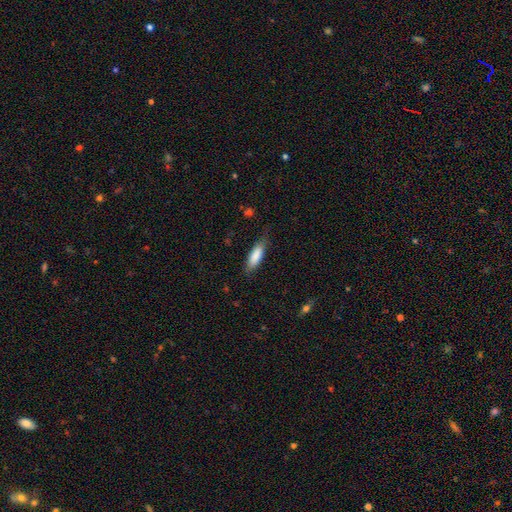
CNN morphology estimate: Overall: smooth (84%). How rounded: in between (55%; cigar-shaped 43%). Merging: none (75%).